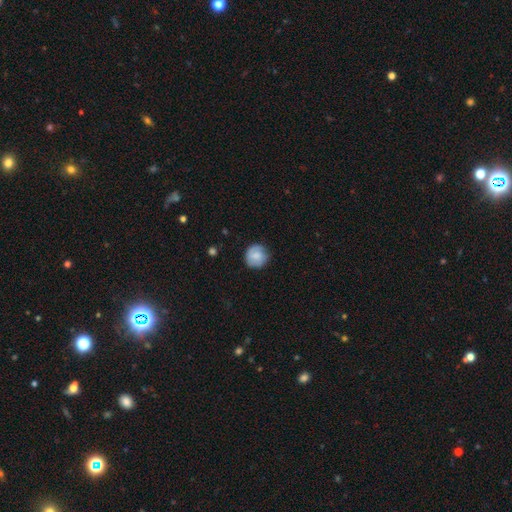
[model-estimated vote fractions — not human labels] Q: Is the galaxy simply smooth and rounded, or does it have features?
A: smooth — 72%.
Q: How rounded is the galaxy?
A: round — 90%.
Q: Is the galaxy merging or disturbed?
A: none — 75%.